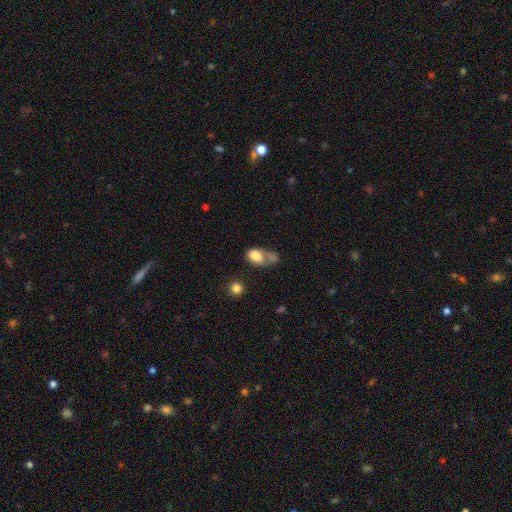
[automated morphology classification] This appears to be a smooth galaxy with no disk features (77%) that is in between round and cigar-shaped (75%). Merging: merger (45%).